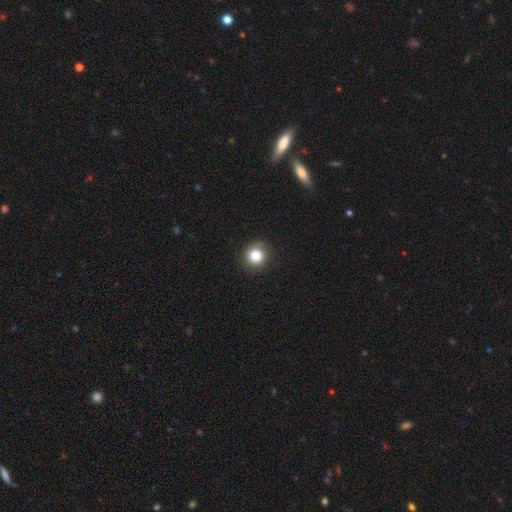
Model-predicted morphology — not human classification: The model was most divided on "smooth or featured": smooth: 83%, star or artifact: 11%, featured or disk: 6%. More confident: how rounded — round (90%); merging — none (89%).